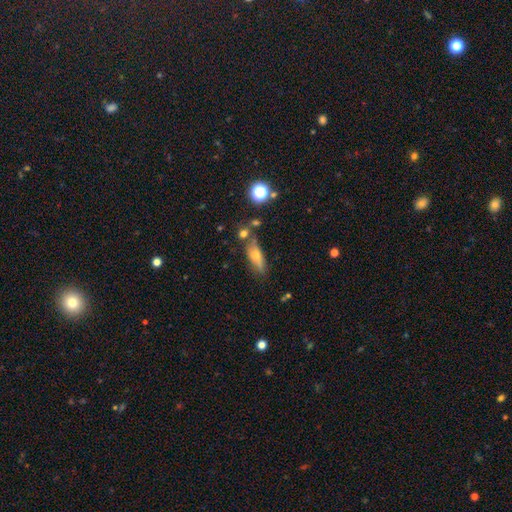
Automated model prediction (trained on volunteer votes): A smooth galaxy with no disk features (68%) that is in between round and cigar-shaped (60%). Merging: none (51%).